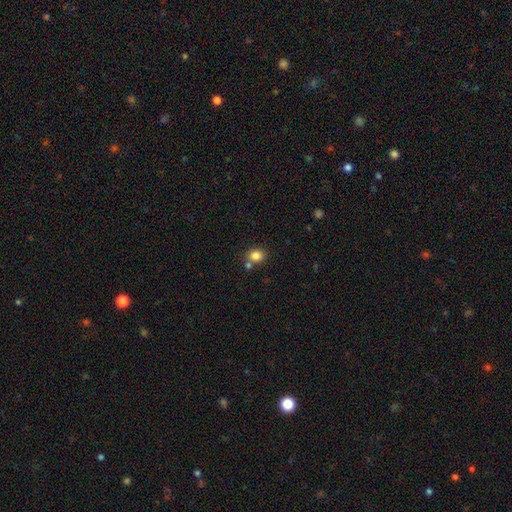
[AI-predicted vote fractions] Morphology: type=smooth (83%); roundness=round (58%); merging=none (66%).